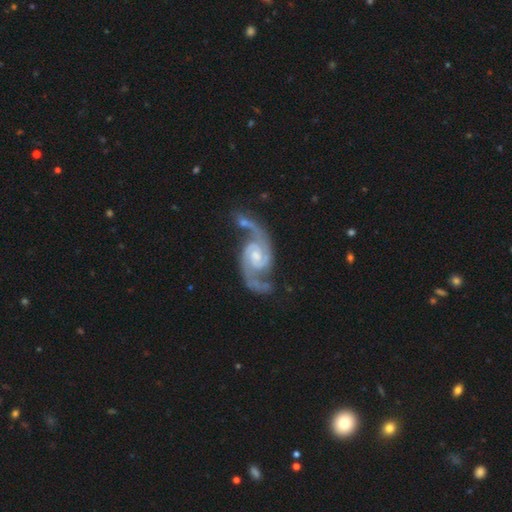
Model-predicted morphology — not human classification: The model was most divided on "bulge size": small: 46%, moderate: 44%, none: 5%, large: 4%, dominant: 1%. Remaining: spiral arms — yes (98%); edge-on disk — no (98%); spiral arm count — 2 (94%); smooth or featured — featured or disk (93%); merging — none (63%); spiral winding — medium (57%); bar — no (45%).